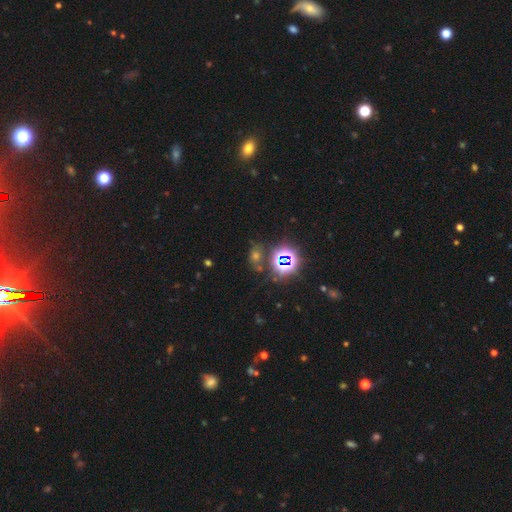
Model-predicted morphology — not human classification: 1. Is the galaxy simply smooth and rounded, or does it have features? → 59% star or artifact, 30% smooth, 11% featured or disk.